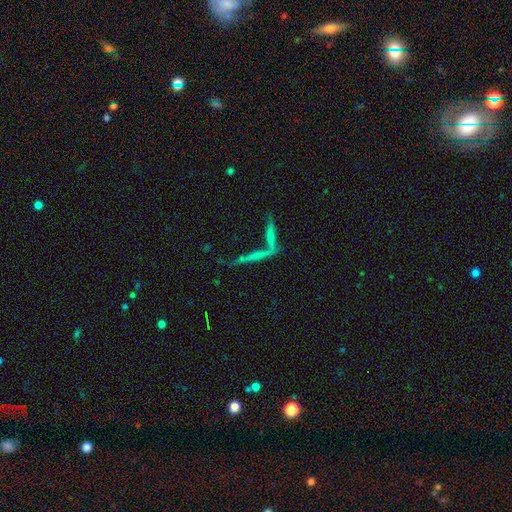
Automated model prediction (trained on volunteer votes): smooth_or_featured: smooth (p=0.43) [alt: featured or disk p=0.41]
merging: merger (p=0.43) [alt: none p=0.39]